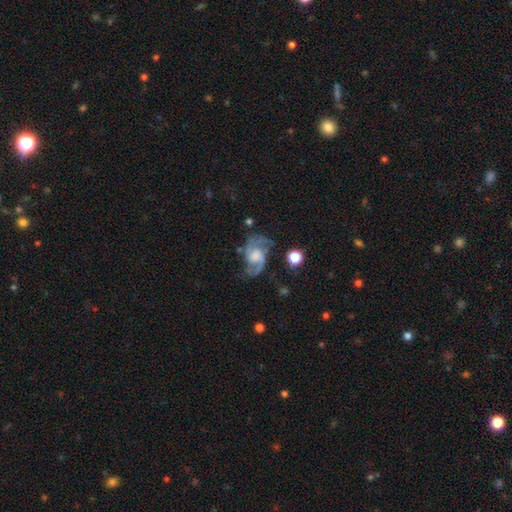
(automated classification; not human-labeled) The model was most divided on "bar": no: 51%, weak: 41%, strong: 8%. Remaining: edge-on disk — no (98%); spiral arms — yes (95%); spiral arm count — 2 (85%); smooth or featured — featured or disk (84%); merging — none (57%); spiral winding — medium (52%); bulge size — moderate (33%).